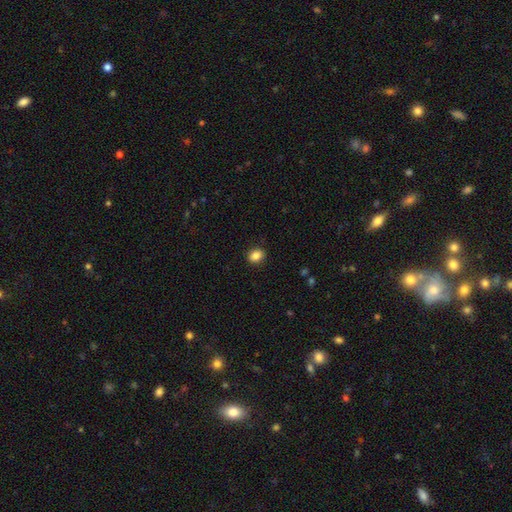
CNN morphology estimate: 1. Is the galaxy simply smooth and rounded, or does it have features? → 87% smooth, 9% star or artifact, 4% featured or disk.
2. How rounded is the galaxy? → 54% in between, 45% round, 1% cigar-shaped.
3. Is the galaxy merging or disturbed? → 90% none, 7% minor disturbance, 2% major disturbance, 1% merger.